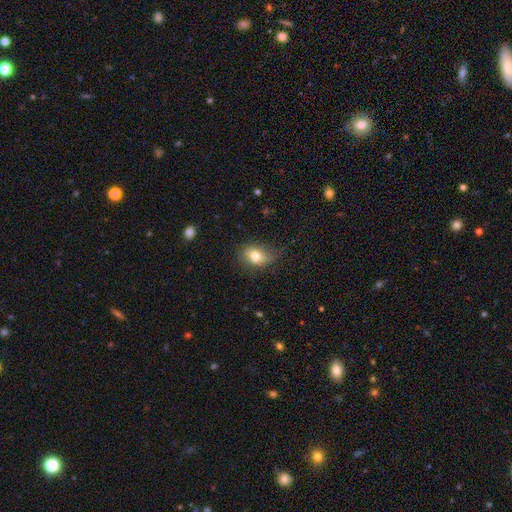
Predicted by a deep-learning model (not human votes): Smooth or featured?
  - smooth: 73% *
  - featured or disk: 17%
  - star or artifact: 10%
How rounded?
  - in between: 74% *
  - round: 24%
  - cigar-shaped: 2%
Merging?
  - none: 60% *
  - minor disturbance: 28%
  - major disturbance: 9%
  - merger: 3%